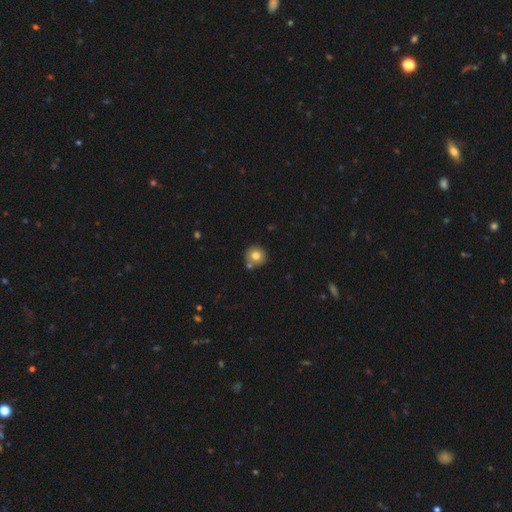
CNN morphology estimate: The model was most divided on "merging": none: 70%, merger: 16%, minor disturbance: 11%, major disturbance: 3%. More confident: how rounded — round (92%); smooth or featured — smooth (79%).